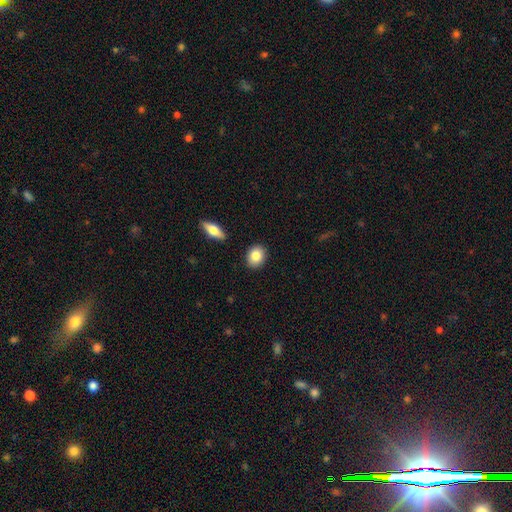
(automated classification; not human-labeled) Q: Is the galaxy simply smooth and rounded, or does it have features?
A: smooth — 84%.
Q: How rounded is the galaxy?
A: round — 50%.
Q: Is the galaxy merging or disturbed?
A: none — 89%.